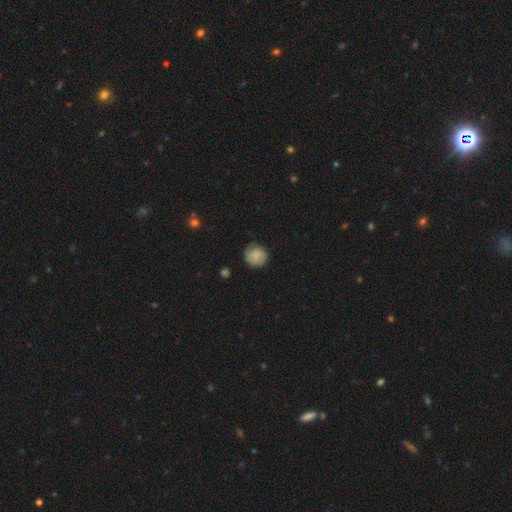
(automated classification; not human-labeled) Smooth or featured? smooth (80%)
How rounded? round (88%)
Merging? none (76%)